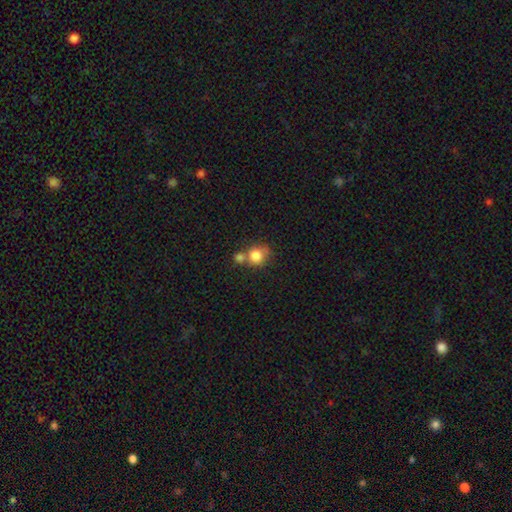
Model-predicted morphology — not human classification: This appears to be a smooth galaxy with no disk features (80%) that is round (83%). Merging: none (44%).